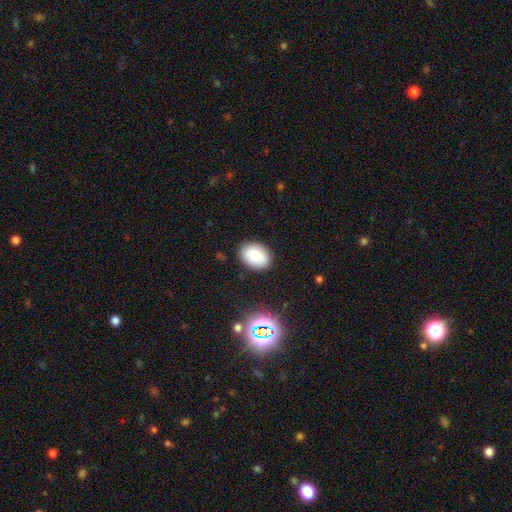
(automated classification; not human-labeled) Smooth or featured? smooth (83%)
How rounded? in between (76%)
Merging? none (86%)